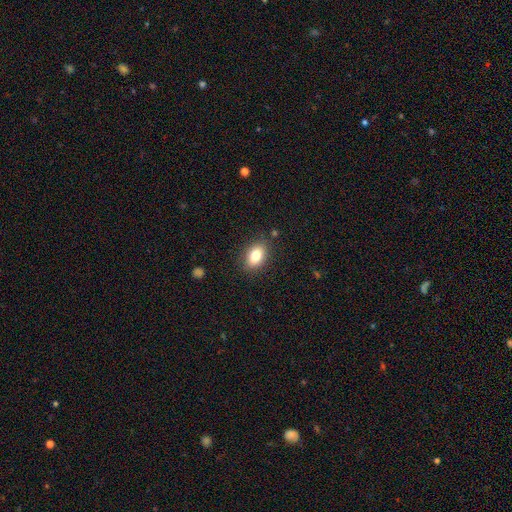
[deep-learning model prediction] Smooth or featured? smooth (81%)
How rounded? in between (84%)
Merging? none (85%)